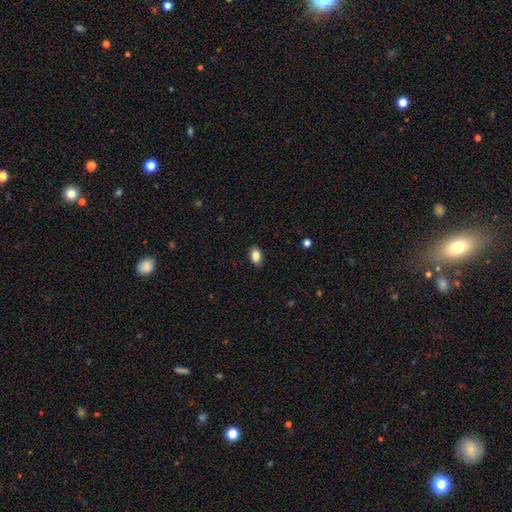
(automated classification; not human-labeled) Smooth or featured? smooth (86%)
How rounded? in between (90%)
Merging? none (87%)